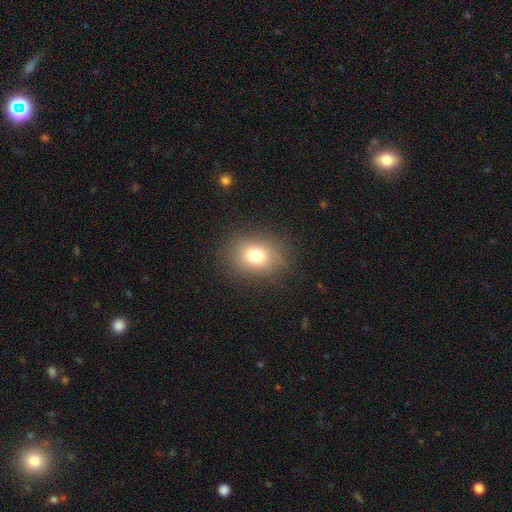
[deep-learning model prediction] This appears to be a smooth galaxy with no disk features (75%) that is round (52%). Merging: none (83%).